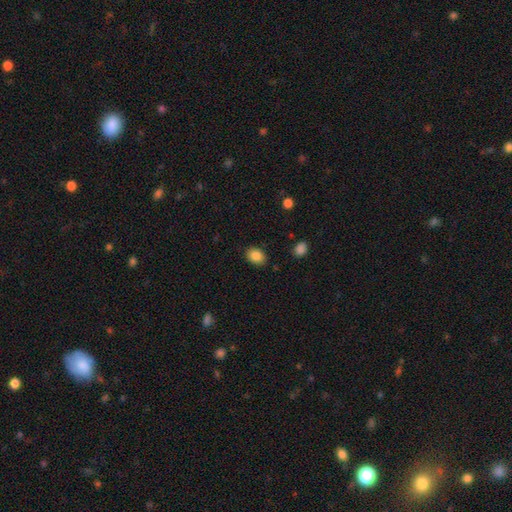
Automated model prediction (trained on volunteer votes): smooth 85%, star or artifact 9%, featured or disk 6%. Down the decision tree: how rounded — in between (69%); merging — none (86%).